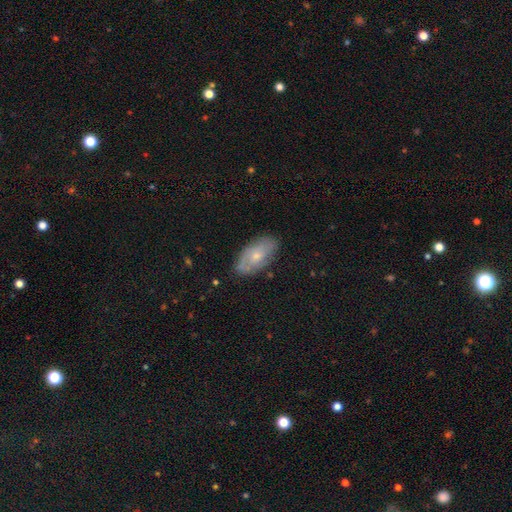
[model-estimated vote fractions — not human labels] A smooth galaxy with no disk features (49%). Merging: none (77%).